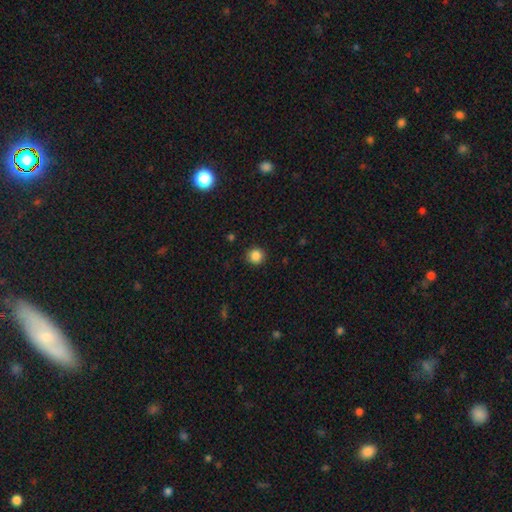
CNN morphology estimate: Smooth or featured?
  - smooth: 85% *
  - star or artifact: 11%
  - featured or disk: 4%
How rounded?
  - round: 93% *
  - in between: 6%
  - cigar-shaped: 1%
Merging?
  - none: 91% *
  - minor disturbance: 6%
  - major disturbance: 2%
  - merger: 1%